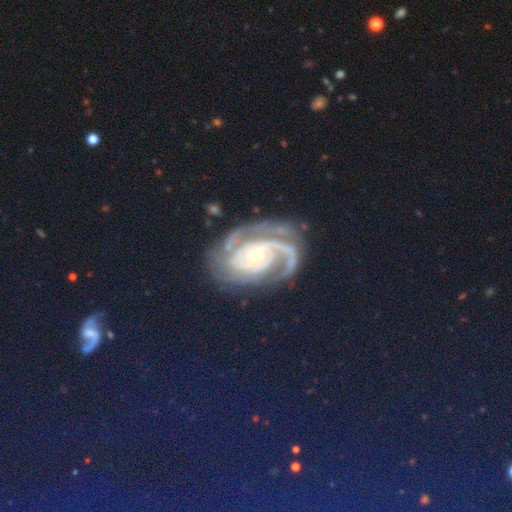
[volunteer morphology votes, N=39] This appears to be a featured or disk galaxy (97%) with a weak bar (37%, tied with no), 2 (40%) medium (57%) spiral arms (100%) and a small central bulge (74%). Merging: none (74%).